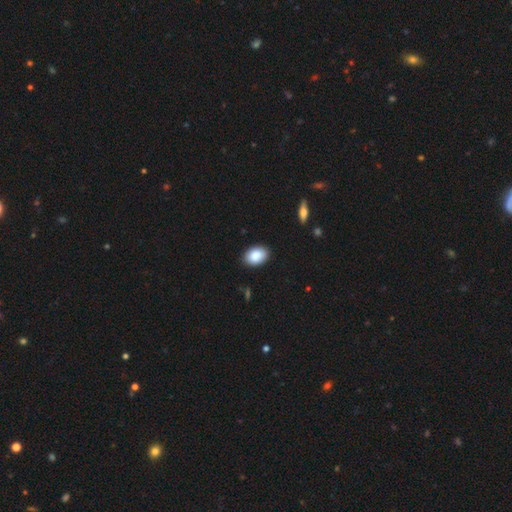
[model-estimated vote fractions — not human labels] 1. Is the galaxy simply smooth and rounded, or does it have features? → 88% smooth, 7% star or artifact, 5% featured or disk.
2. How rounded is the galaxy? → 84% in between, 15% round, 1% cigar-shaped.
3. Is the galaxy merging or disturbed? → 88% none, 9% minor disturbance, 2% major disturbance, 1% merger.